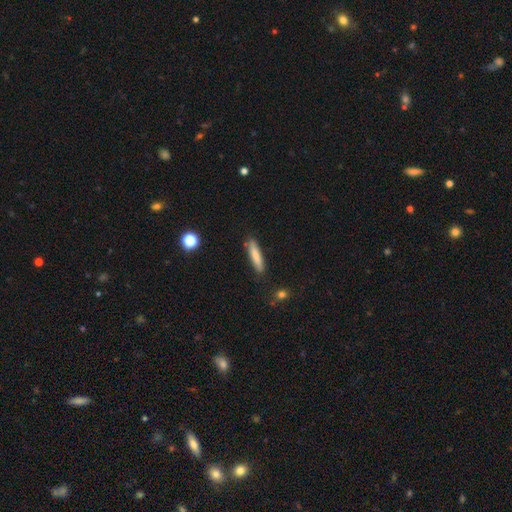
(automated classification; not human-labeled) This is likely a smooth galaxy (78%). How rounded: clearly cigar-shaped (88%). Merging: clearly none (85%).